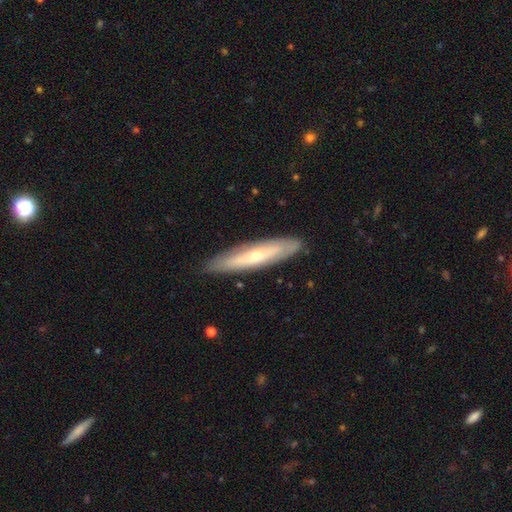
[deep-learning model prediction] smooth_or_featured: featured or disk (p=0.51) [alt: smooth p=0.43]
disk_edge_on: yes (p=0.65) [alt: no p=0.35]
merging: none (p=0.86) [alt: minor disturbance p=0.10]